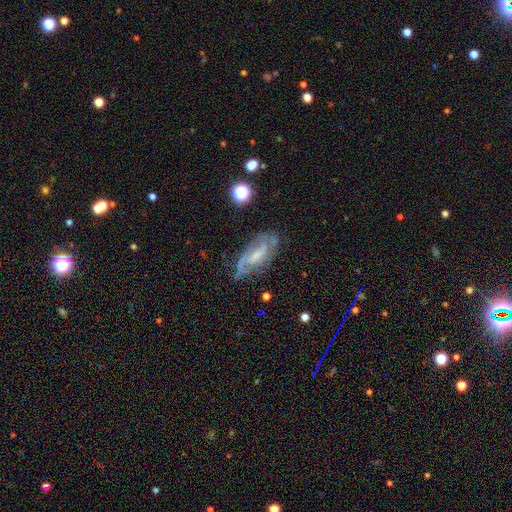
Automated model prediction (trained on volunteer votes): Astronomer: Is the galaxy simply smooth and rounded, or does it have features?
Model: featured or disk — 74%.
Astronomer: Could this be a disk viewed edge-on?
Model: no — 88%.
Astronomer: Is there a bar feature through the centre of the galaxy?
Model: weak — 48% (runner-up: no, 32%).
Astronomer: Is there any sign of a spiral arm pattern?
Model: yes — 85%.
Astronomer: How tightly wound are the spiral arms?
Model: medium — 43% (runner-up: tight, 37%).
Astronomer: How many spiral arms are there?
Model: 2 — 54% (runner-up: can't tell, 29%).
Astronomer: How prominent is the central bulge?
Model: small — 51% (runner-up: moderate, 33%).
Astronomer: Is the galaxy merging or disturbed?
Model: none — 65%.